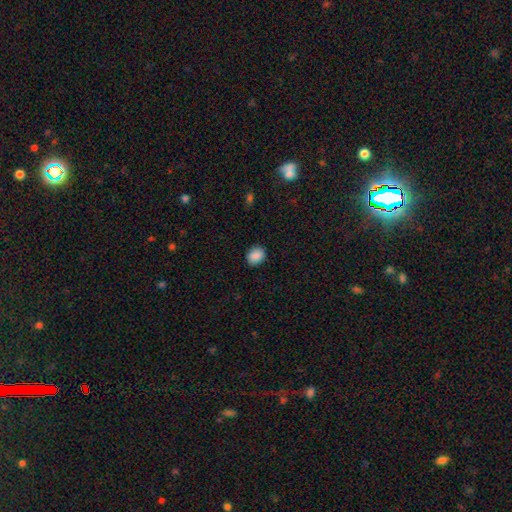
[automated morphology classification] Smooth or featured? smooth (89%)
How rounded? round (56%)
Merging? none (88%)